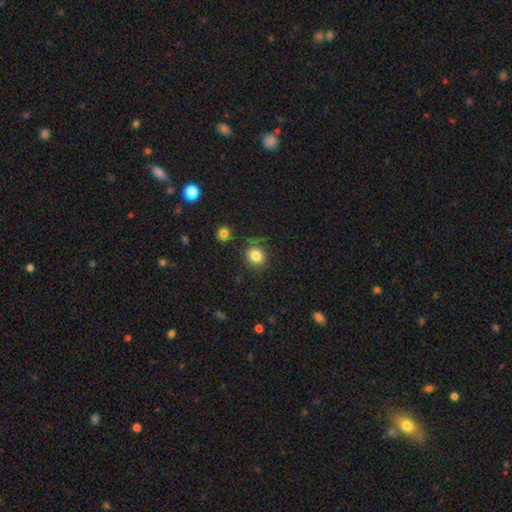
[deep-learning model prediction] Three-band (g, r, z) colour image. It shows a smooth galaxy with no disk features (83%) that is round (78%). Merging: none (80%).